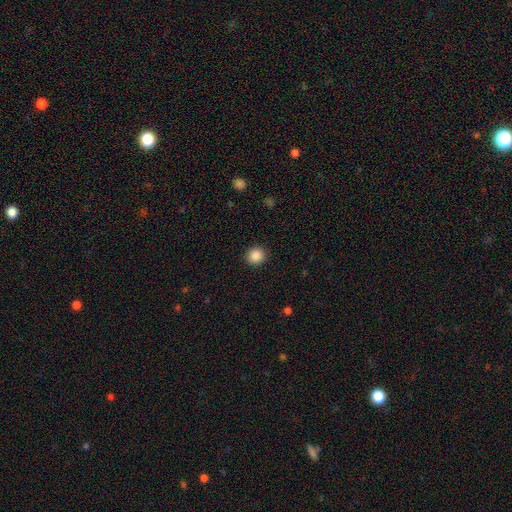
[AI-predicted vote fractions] Smooth or featured? smooth (87%)
How rounded? round (90%)
Merging? none (92%)